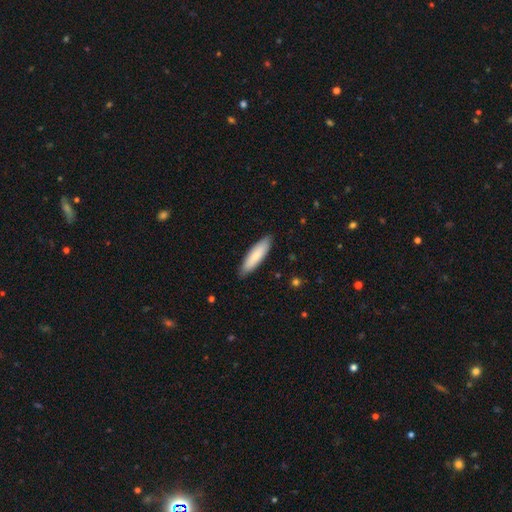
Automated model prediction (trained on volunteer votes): smooth-or-featured: smooth: 77% | featured or disk: 18% | star or artifact: 5%
  how-rounded: cigar-shaped: 64% | in between: 34% | round: 1%
  merging: none: 87% | minor disturbance: 10% | major disturbance: 2% | merger: 1%